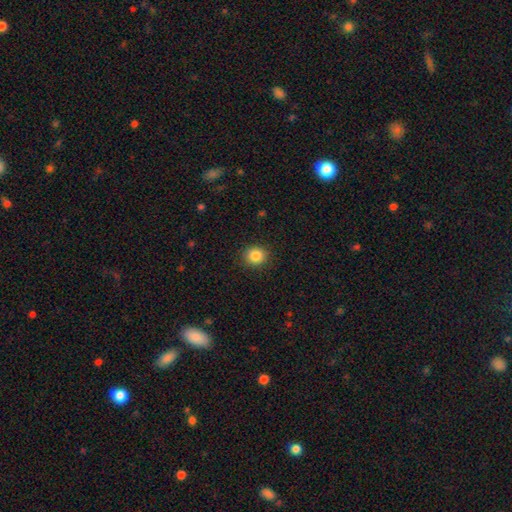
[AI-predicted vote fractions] A smooth galaxy with no disk features (85%) that is round (82%).

Vote fractions:
- Smooth or featured? smooth: 85% / star or artifact: 10% / featured or disk: 4%
- How rounded? round: 82% / in between: 17% / cigar-shaped: 1%
- Merging? none: 90% / minor disturbance: 7% / major disturbance: 2% / merger: 1%